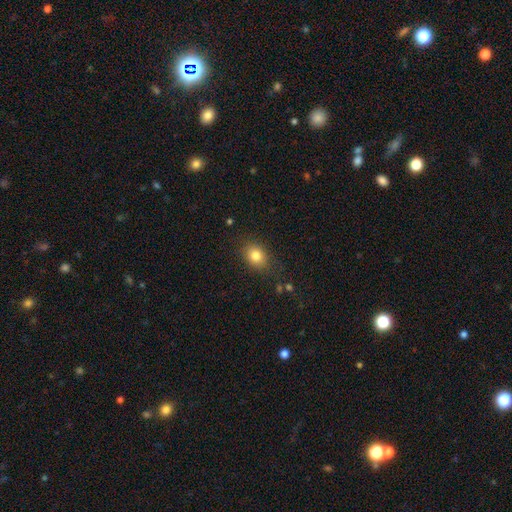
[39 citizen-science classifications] Smooth or featured? smooth (79%)
How rounded? in between (61%)
Merging? none (86%)